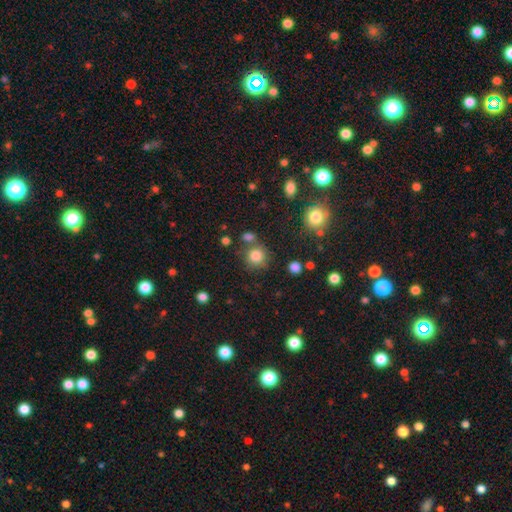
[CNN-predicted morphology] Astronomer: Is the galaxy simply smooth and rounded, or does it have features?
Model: smooth — 81%.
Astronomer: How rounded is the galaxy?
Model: round — 89%.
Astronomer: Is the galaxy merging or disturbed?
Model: none — 69%.